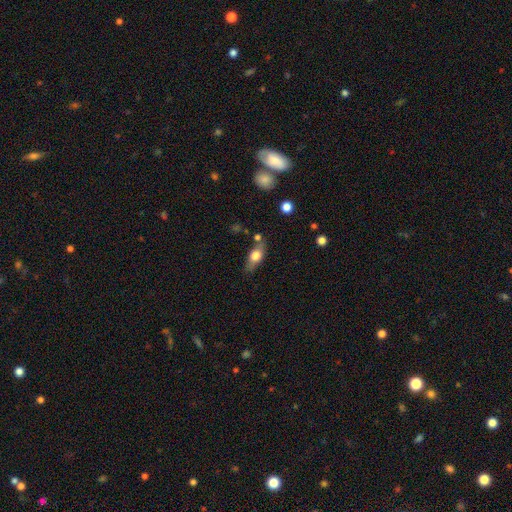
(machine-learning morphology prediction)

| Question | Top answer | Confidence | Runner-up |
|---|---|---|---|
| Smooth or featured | smooth | 61% | featured or disk (31%) |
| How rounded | in between | 71% | cigar-shaped (20%) |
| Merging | none | 67% | minor disturbance (19%) |